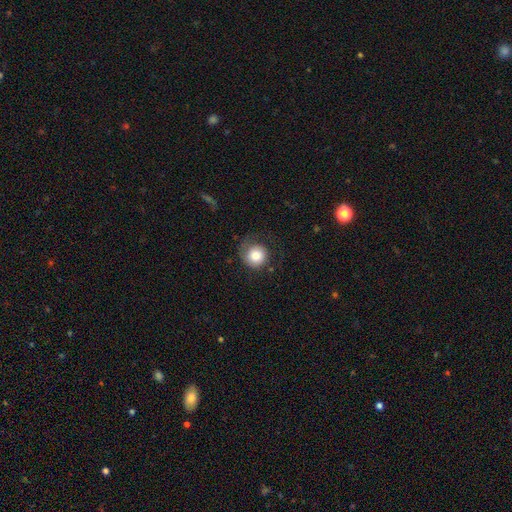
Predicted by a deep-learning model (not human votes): A smooth galaxy with no disk features (76%) that is round (92%).

Vote fractions:
- Smooth or featured? smooth: 76% / featured or disk: 16% / star or artifact: 9%
- How rounded? round: 92% / in between: 7% / cigar-shaped: 1%
- Merging? none: 61% / minor disturbance: 21% / major disturbance: 16% / merger: 2%